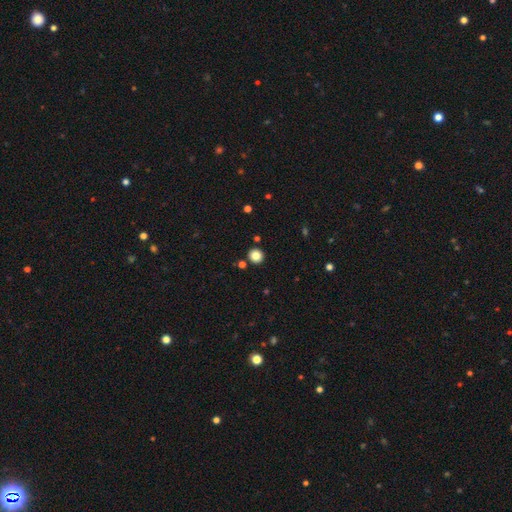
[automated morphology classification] This is clearly a smooth galaxy (84%). How rounded: clearly round (91%). Merging: clearly none (89%).